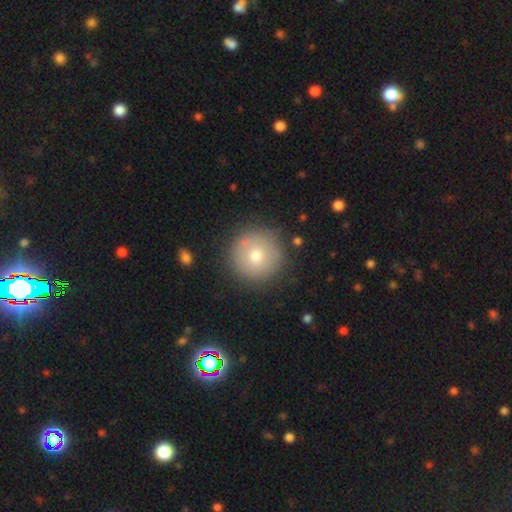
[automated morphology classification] smooth-or-featured: smooth: 71% | featured or disk: 20% | star or artifact: 10%
  how-rounded: round: 96% | in between: 3% | cigar-shaped: 1%
  merging: none: 86% | minor disturbance: 9% | major disturbance: 3% | merger: 2%